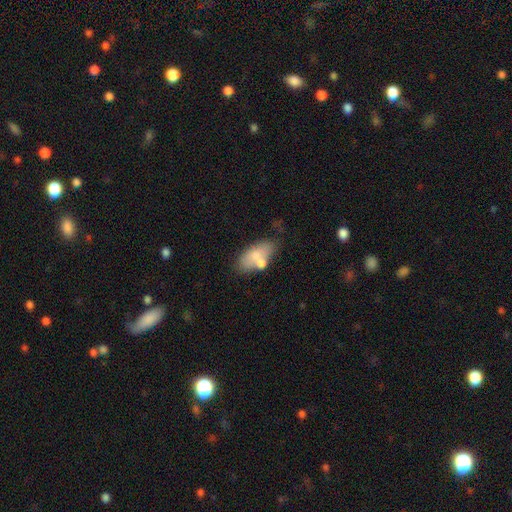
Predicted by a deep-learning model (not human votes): smooth 66%, featured or disk 26%, star or artifact 8%. Down the decision tree: how rounded — in between (91%); merging — none (49%).